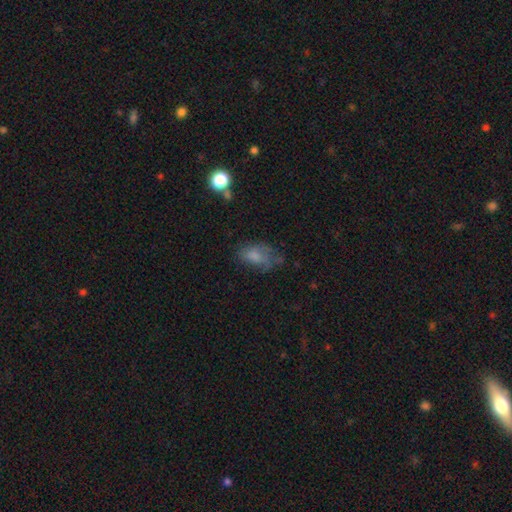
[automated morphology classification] Overall: smooth (65%). How rounded: in between (86%). Merging: none (40%; minor disturbance 30%).